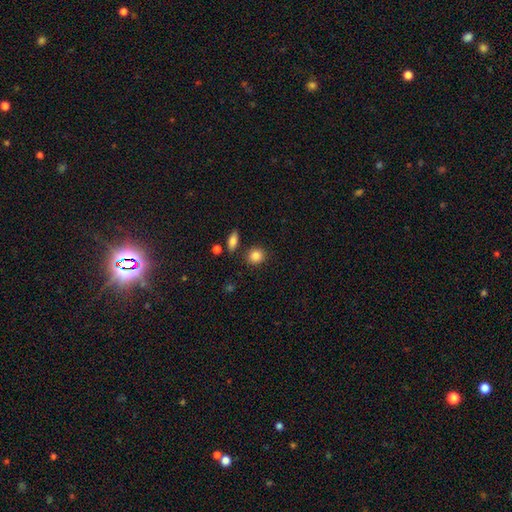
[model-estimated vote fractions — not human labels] Morphology: type=smooth (87%); roundness=round (77%); merging=none (84%).